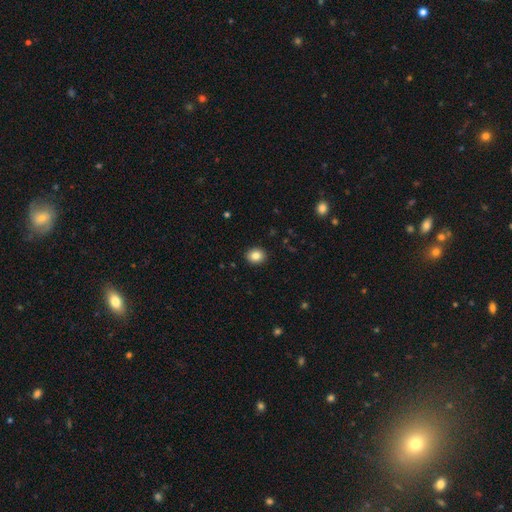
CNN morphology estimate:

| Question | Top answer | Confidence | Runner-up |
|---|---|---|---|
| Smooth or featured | smooth | 85% | star or artifact (10%) |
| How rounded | round | 67% | in between (33%) |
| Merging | none | 92% | minor disturbance (6%) |